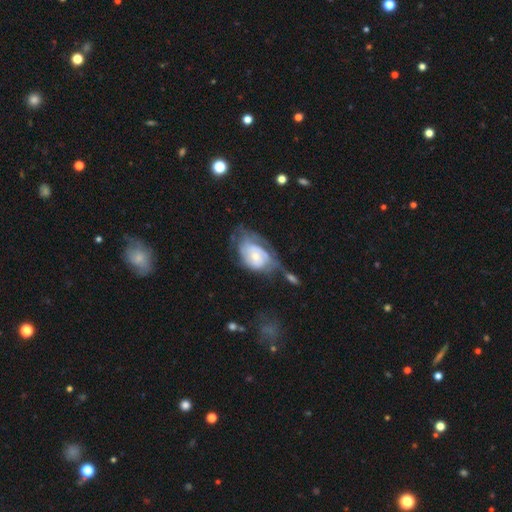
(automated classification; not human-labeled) Q: Smooth or featured?
A: featured or disk (66%); runner-up: smooth (28%)
Q: Edge-on disk?
A: no (96%); runner-up: yes (4%)
Q: Bar?
A: no (70%); runner-up: weak (26%)
Q: Spiral arms?
A: yes (76%); runner-up: no (24%)
Q: Bulge size?
A: small (51%); runner-up: moderate (40%)
Q: Merging?
A: major disturbance (34%); runner-up: none (29%)